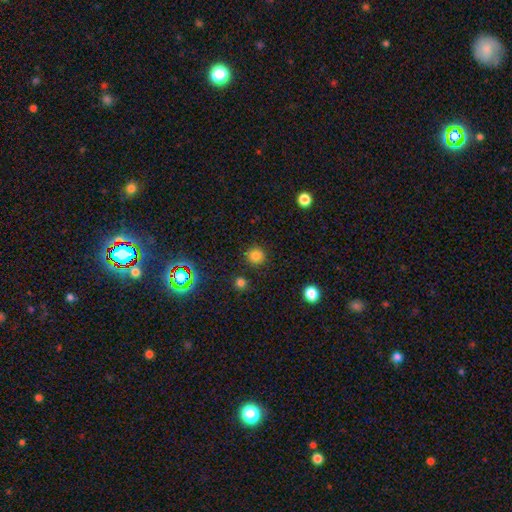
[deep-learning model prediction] Smooth or featured? Predicted: smooth (p=0.78). How rounded? Predicted: round (p=0.94). Merging? Predicted: none (p=0.88).